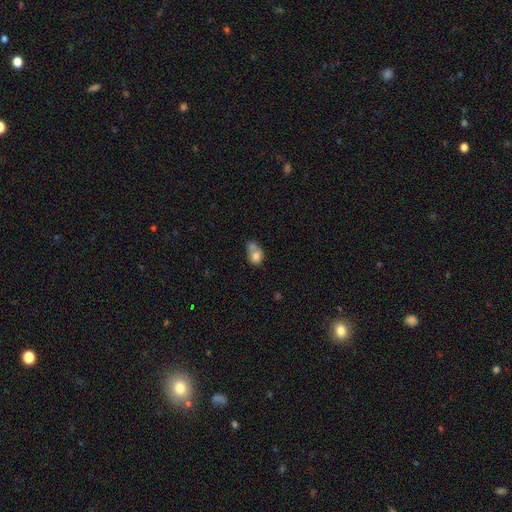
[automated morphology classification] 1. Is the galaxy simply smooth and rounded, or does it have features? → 74% smooth, 17% featured or disk, 9% star or artifact.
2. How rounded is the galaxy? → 50% in between, 49% round, 1% cigar-shaped.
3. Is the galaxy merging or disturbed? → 53% merger, 21% none, 15% minor disturbance, 10% major disturbance.